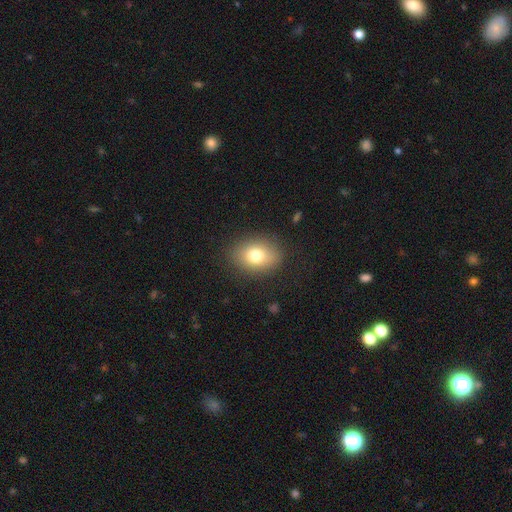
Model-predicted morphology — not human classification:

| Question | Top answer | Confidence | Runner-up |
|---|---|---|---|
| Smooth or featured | smooth | 77% | featured or disk (13%) |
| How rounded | in between | 66% | round (33%) |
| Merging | none | 86% | minor disturbance (9%) |